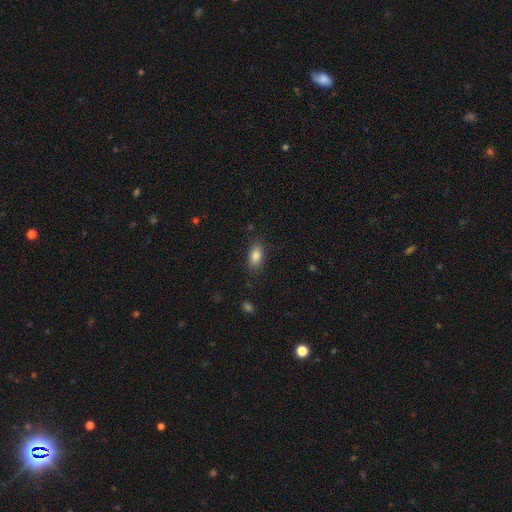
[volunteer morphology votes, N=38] This is clearly a smooth galaxy (82%). How rounded: clearly in between (94%). Merging: clearly none (85%).